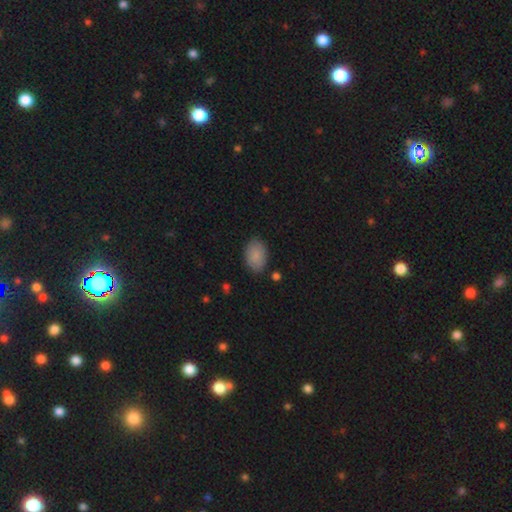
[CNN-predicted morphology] smooth 88%, star or artifact 6%, featured or disk 6%. Down the decision tree: how rounded — in between (89%); merging — none (85%).